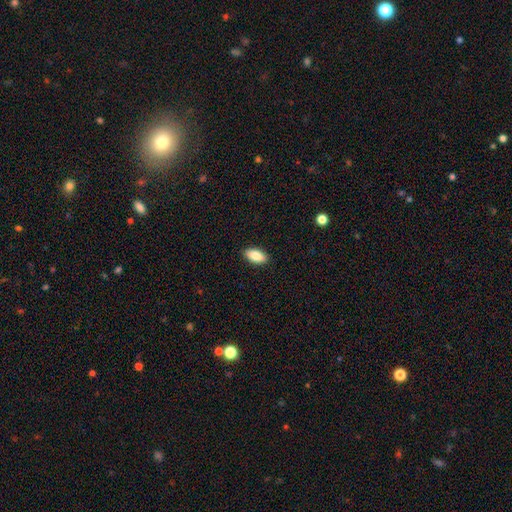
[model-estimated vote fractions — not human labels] This is clearly a smooth galaxy (86%). How rounded: clearly in between (92%). Merging: clearly none (89%).